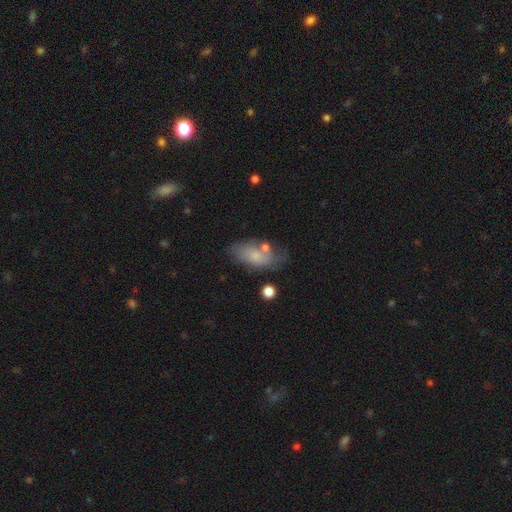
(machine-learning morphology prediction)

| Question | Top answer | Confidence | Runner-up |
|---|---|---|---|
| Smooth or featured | smooth | 64% | featured or disk (28%) |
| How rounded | in between | 89% | cigar-shaped (7%) |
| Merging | none | 52% | minor disturbance (26%) |